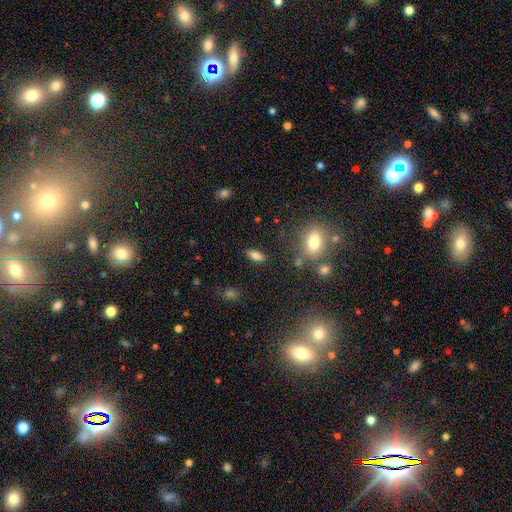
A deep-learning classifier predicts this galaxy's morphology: Q: Smooth or featured?
A: smooth (80%); runner-up: star or artifact (11%)
Q: How rounded?
A: in between (83%); runner-up: cigar-shaped (13%)
Q: Merging?
A: none (84%); runner-up: minor disturbance (10%)